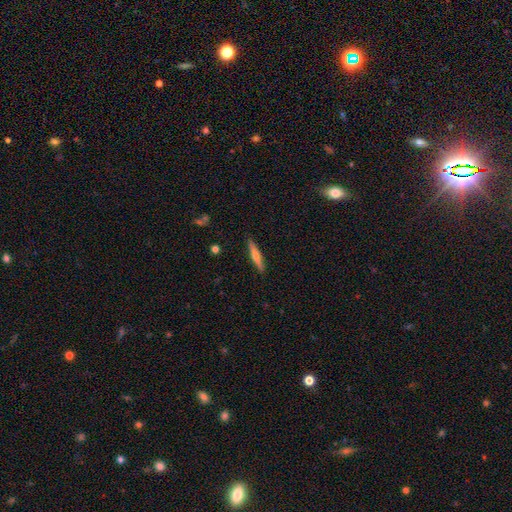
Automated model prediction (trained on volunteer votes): The model was most divided on "smooth or featured": smooth: 50%, featured or disk: 45%, star or artifact: 6%. More confident: merging — none (91%).